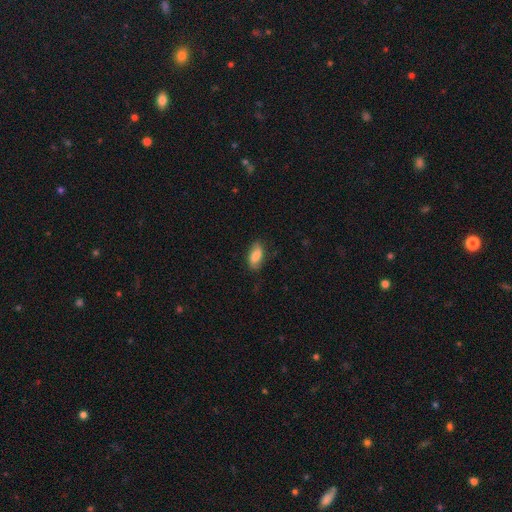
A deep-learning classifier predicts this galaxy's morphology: smooth 79%, featured or disk 14%, star or artifact 7%. Down the decision tree: how rounded — in between (87%); merging — none (76%).